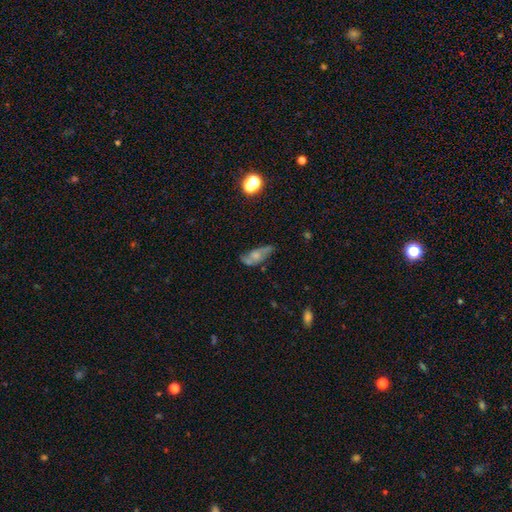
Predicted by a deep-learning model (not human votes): Overall: featured or disk (46%; smooth 44%). Merging: none (48%; minor disturbance 30%).